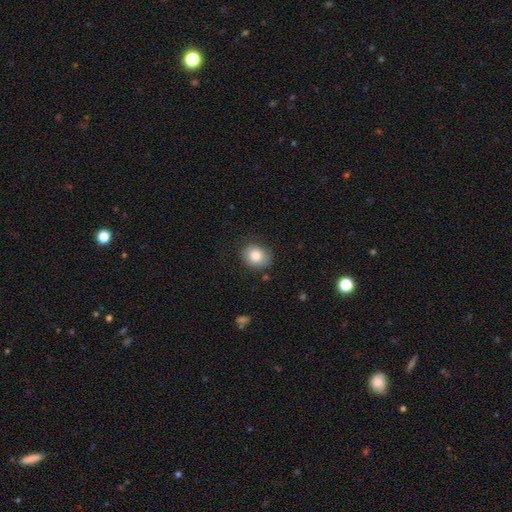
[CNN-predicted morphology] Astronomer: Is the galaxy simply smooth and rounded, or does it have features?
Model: smooth — 82%.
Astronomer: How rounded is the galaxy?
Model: round — 56% (runner-up: in between, 43%).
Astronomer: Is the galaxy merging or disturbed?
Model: none — 82%.